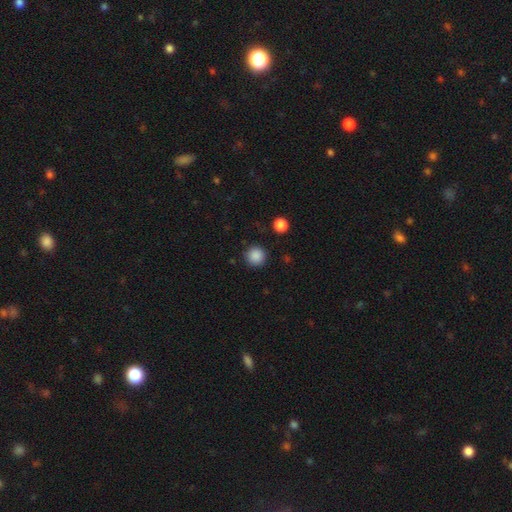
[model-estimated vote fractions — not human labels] Smooth or featured: smooth — 88% (star or artifact — 10%)
How rounded: round — 95% (in between — 4%)
Merging: none — 91% (minor disturbance — 5%)